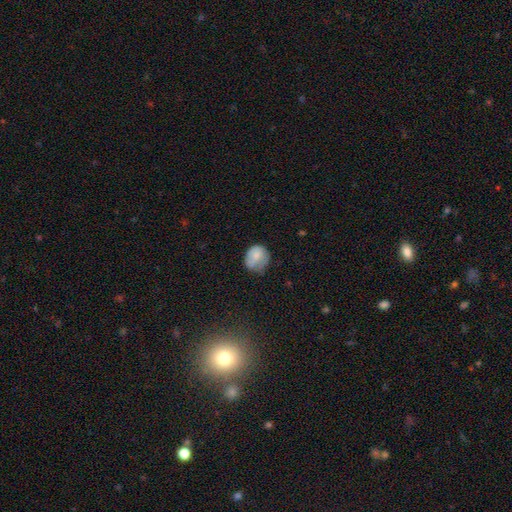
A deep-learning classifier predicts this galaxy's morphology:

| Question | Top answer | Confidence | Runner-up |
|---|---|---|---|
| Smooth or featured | smooth | 76% | featured or disk (16%) |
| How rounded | round | 64% | in between (35%) |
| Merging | none | 47% | minor disturbance (36%) |